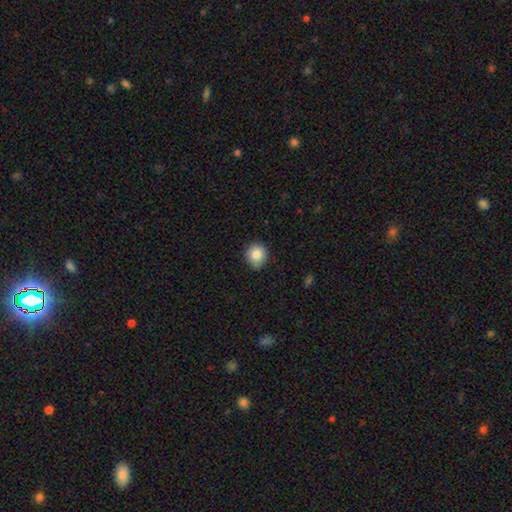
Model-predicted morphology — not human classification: Overall: smooth (86%). How rounded: round (89%). Merging: none (85%).